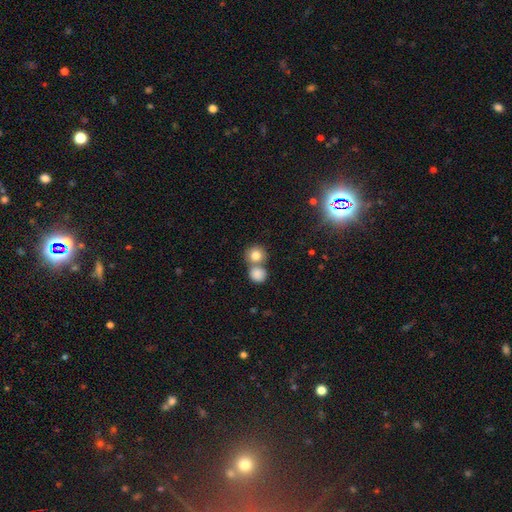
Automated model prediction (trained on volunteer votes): Smooth or featured? smooth (82%)
How rounded? round (86%)
Merging? none (48%)